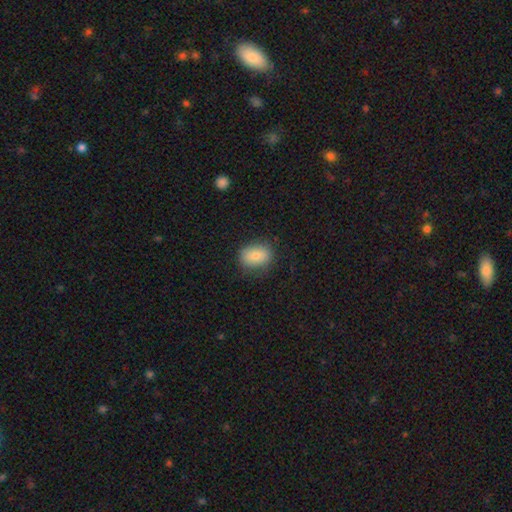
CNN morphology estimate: This appears to be a smooth galaxy with no disk features (80%) that is in between round and cigar-shaped (72%). Merging: none (78%).